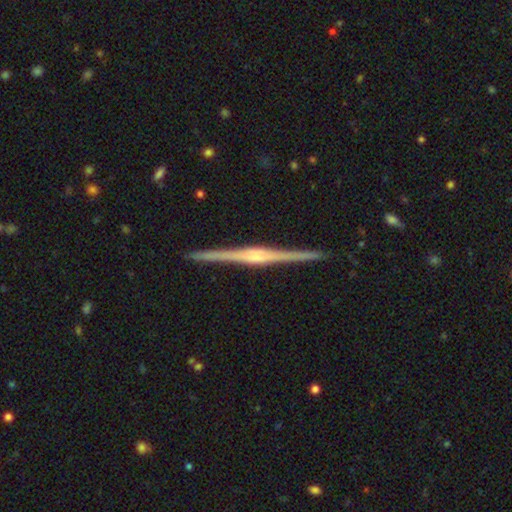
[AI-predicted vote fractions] featured or disk 89%, smooth 7%, star or artifact 4%. Down the decision tree: edge-on disk — yes (99%); edge-on bulge — rounded (72%); merging — none (93%).